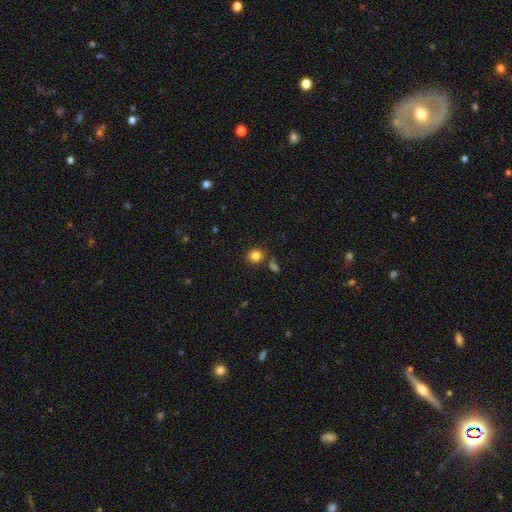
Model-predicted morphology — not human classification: The model was most divided on "how rounded": round: 78%, in between: 21%, cigar-shaped: 1%. More confident: smooth or featured — smooth (83%); merging — none (78%).